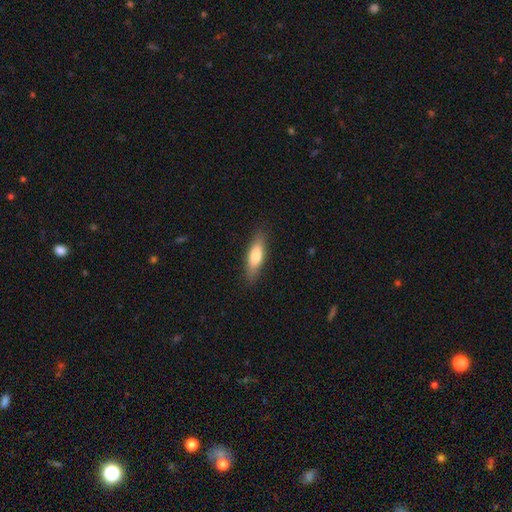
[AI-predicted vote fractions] Smooth or featured: smooth — 74% (featured or disk — 20%)
How rounded: cigar-shaped — 51% (in between — 47%)
Merging: none — 85% (minor disturbance — 11%)